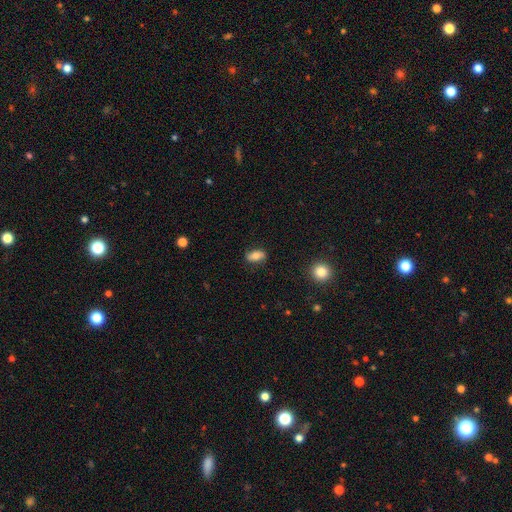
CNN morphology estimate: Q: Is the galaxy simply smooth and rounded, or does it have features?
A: smooth — 69%.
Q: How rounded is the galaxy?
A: in between — 86%.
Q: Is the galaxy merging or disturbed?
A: none — 80%.